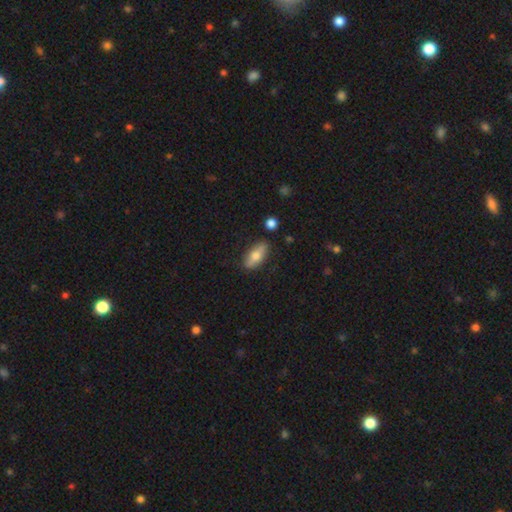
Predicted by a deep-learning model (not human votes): Smooth or featured? smooth (63%)
How rounded? in between (67%)
Merging? none (84%)